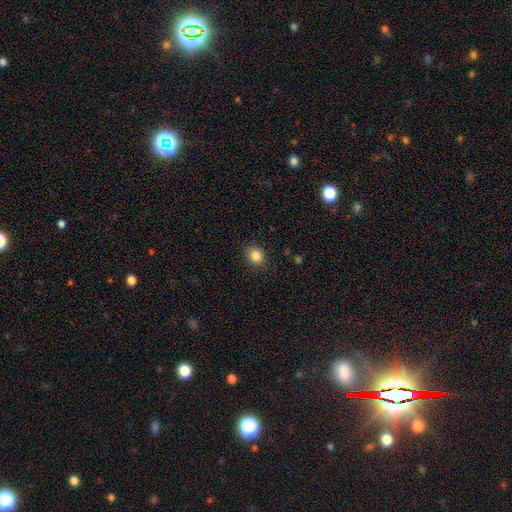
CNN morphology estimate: This appears to be a smooth galaxy with no disk features (85%) that is round (65%). Merging: none (87%).